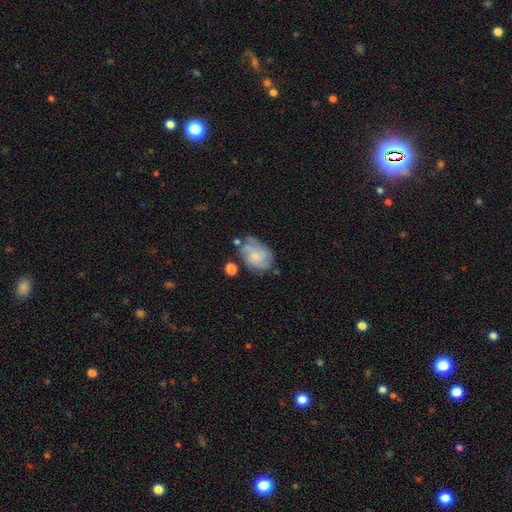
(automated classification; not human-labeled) Smooth or featured? Predicted: featured or disk (p=0.64). Edge-on disk? Predicted: no (p=0.97). Bar? Predicted: no (p=0.74). Spiral arms? Predicted: yes (p=0.87). Spiral winding? Predicted: tight (p=0.45). Spiral arm count? Predicted: can't tell (p=0.34). Bulge size? Predicted: small (p=0.61). Merging? Predicted: none (p=0.56).